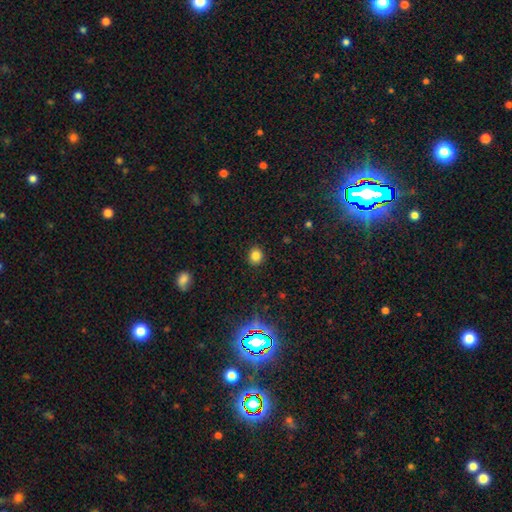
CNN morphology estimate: Smooth or featured? smooth (81%)
How rounded? round (83%)
Merging? none (90%)